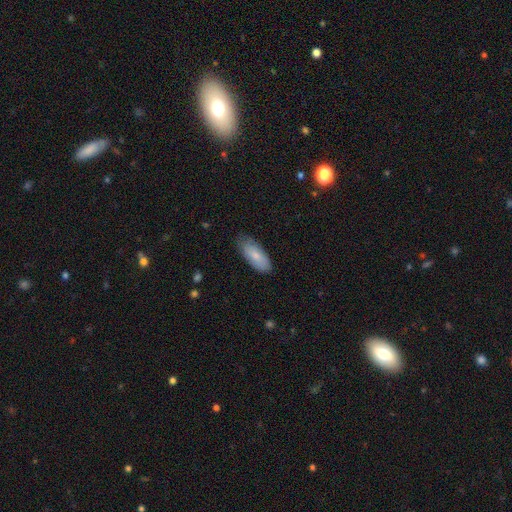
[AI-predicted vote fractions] A smooth galaxy with no disk features (79%) that is in between round and cigar-shaped (82%).

Vote fractions:
- Smooth or featured? smooth: 79% / featured or disk: 15% / star or artifact: 6%
- How rounded? in between: 82% / cigar-shaped: 16% / round: 2%
- Merging? none: 76% / minor disturbance: 20% / major disturbance: 3% / merger: 1%